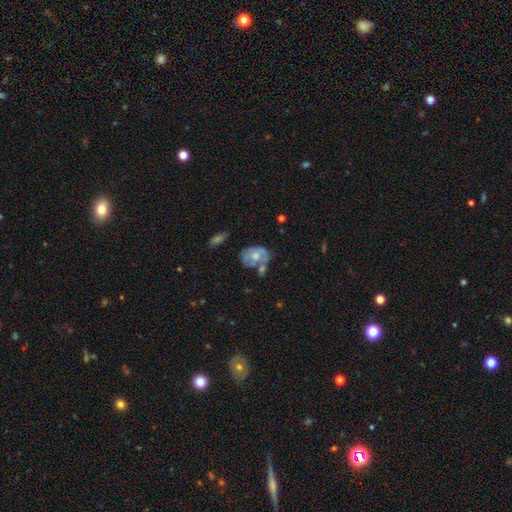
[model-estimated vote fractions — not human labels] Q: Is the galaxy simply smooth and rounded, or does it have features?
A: featured or disk — 49%.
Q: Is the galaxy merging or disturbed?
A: none — 37%.